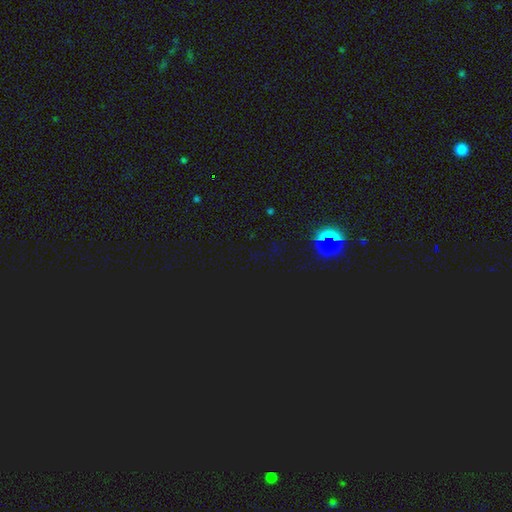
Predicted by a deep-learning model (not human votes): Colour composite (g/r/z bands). It shows a star or artifact, not a galaxy (78%).